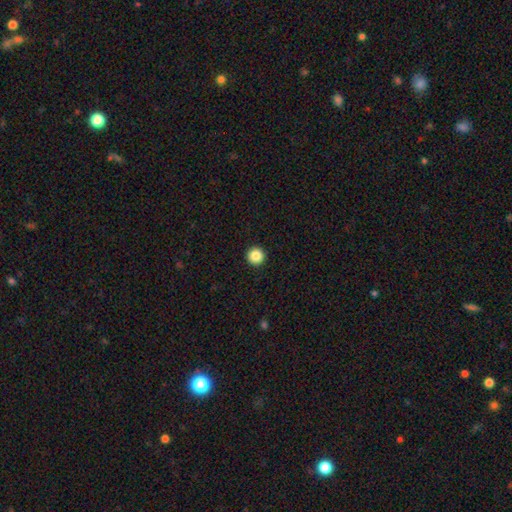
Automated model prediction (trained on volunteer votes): smooth-or-featured: smooth: 87% | star or artifact: 10% | featured or disk: 3%
  how-rounded: round: 97% | in between: 2% | cigar-shaped: 1%
  merging: none: 94% | minor disturbance: 3% | major disturbance: 1% | merger: 1%